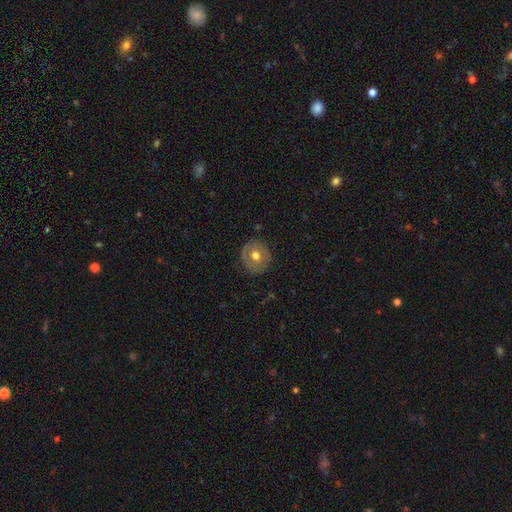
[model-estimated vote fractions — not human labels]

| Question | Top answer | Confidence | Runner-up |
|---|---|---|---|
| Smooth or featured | smooth | 54% | featured or disk (38%) |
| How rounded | round | 89% | in between (10%) |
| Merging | none | 85% | minor disturbance (11%) |